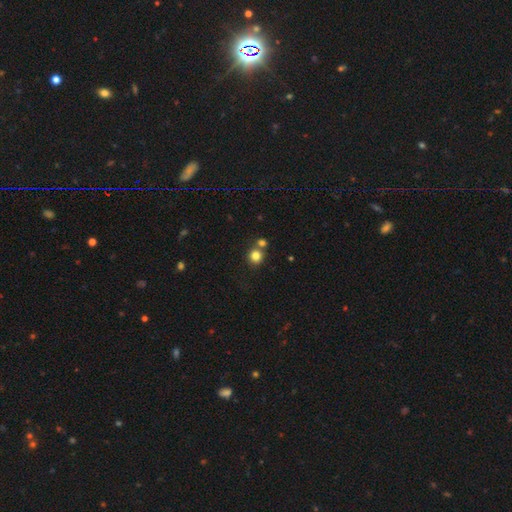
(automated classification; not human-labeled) Q: Smooth or featured?
A: smooth (83%); runner-up: star or artifact (11%)
Q: How rounded?
A: round (88%); runner-up: in between (11%)
Q: Merging?
A: none (65%); runner-up: merger (23%)